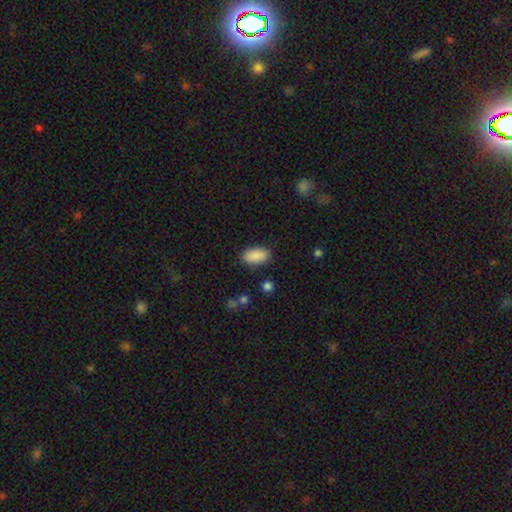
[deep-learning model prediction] This appears to be a smooth galaxy with no disk features (89%) that is in between round and cigar-shaped (92%). Merging: none (86%).